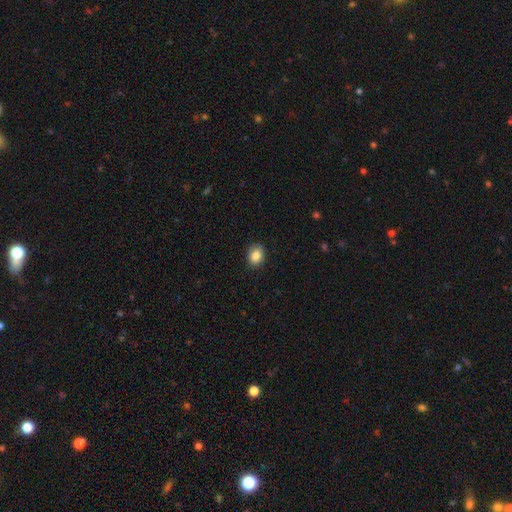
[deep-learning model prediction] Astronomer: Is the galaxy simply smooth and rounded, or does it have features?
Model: smooth — 86%.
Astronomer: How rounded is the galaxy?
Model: in between — 60% (runner-up: round, 39%).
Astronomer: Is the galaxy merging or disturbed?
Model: none — 84%.